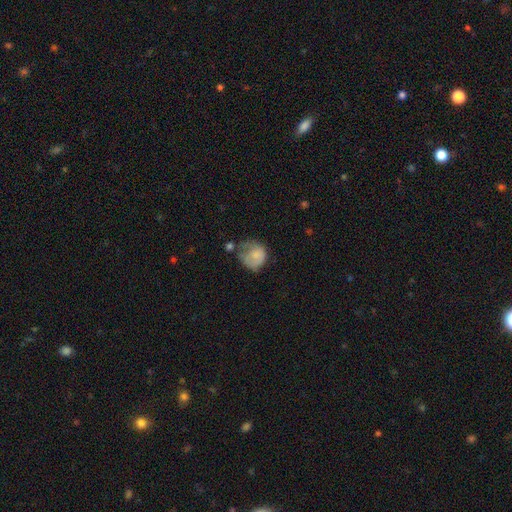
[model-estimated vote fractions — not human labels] smooth 70%, featured or disk 22%, star or artifact 8%. Down the decision tree: how rounded — round (71%); merging — minor disturbance (32%).